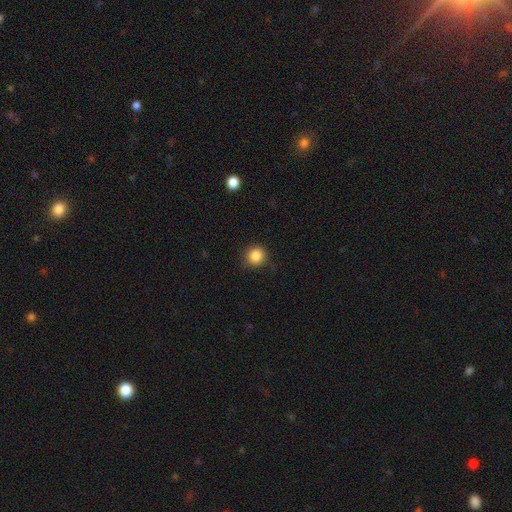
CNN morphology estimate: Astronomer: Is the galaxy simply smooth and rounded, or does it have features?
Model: smooth — 85%.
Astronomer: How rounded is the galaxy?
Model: round — 90%.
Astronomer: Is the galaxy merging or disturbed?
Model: none — 80%.